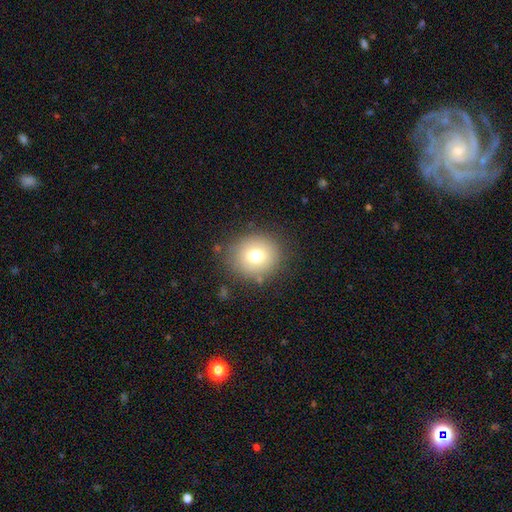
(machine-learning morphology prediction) Q: Smooth or featured?
A: smooth (72%); runner-up: featured or disk (15%)
Q: How rounded?
A: round (84%); runner-up: in between (15%)
Q: Merging?
A: none (83%); runner-up: minor disturbance (10%)